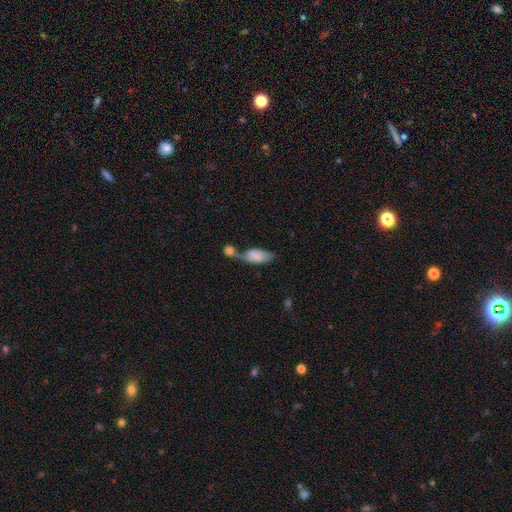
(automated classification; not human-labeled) Overall: smooth (77%). How rounded: in between (85%). Merging: merger (62%).